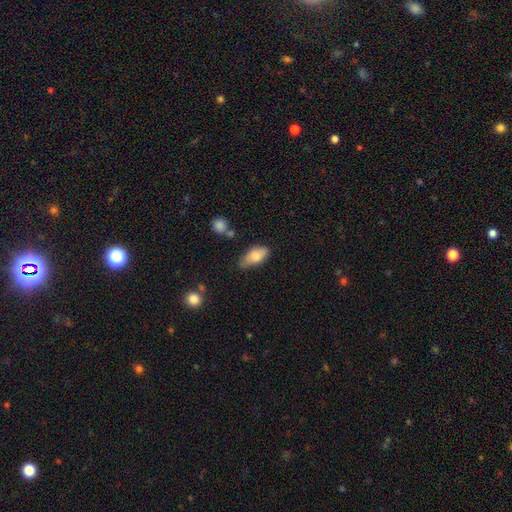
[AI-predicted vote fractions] Smooth or featured? smooth (76%)
How rounded? in between (88%)
Merging? none (62%)